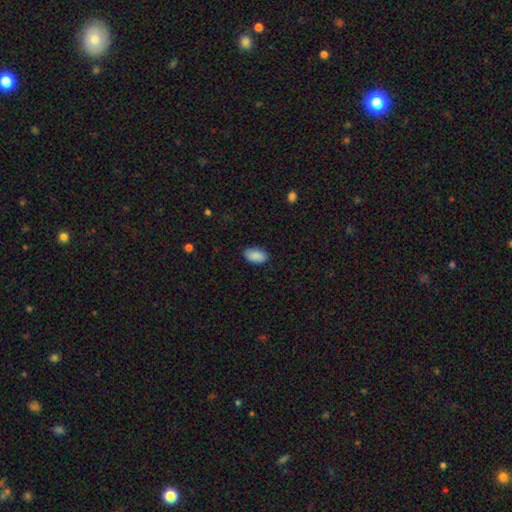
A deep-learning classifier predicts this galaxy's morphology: A smooth galaxy with no disk features (90%) that is in between round and cigar-shaped (95%).

Vote fractions:
- Smooth or featured? smooth: 90% / star or artifact: 6% / featured or disk: 3%
- How rounded? in between: 95% / round: 4% / cigar-shaped: 2%
- Merging? none: 88% / minor disturbance: 9% / major disturbance: 2% / merger: 1%